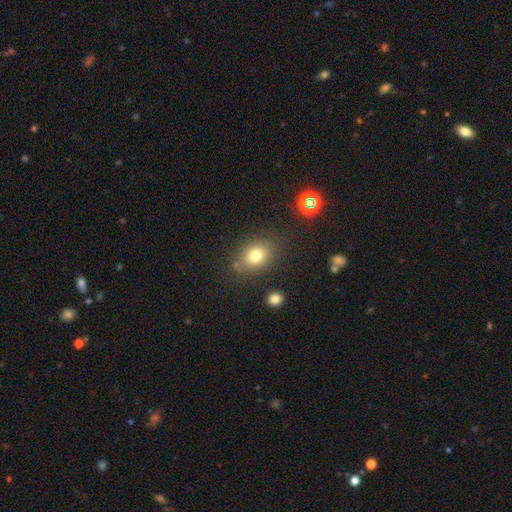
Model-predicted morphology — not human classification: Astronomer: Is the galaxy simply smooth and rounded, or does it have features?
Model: smooth — 77%.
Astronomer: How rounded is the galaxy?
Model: in between — 61% (runner-up: round, 37%).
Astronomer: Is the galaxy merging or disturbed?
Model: none — 79%.